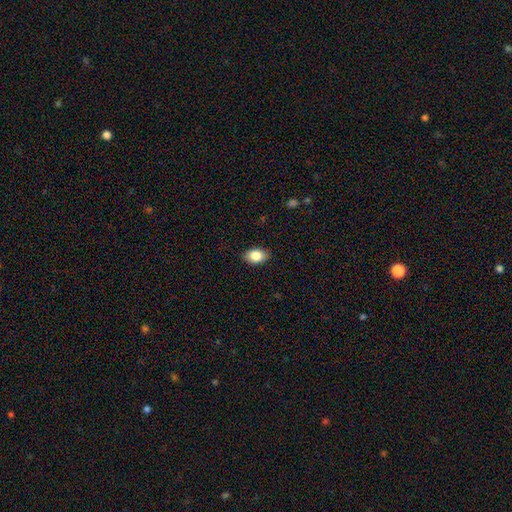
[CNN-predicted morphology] Q: Smooth or featured?
A: smooth (85%); runner-up: star or artifact (8%)
Q: How rounded?
A: in between (85%); runner-up: round (13%)
Q: Merging?
A: none (88%); runner-up: minor disturbance (9%)